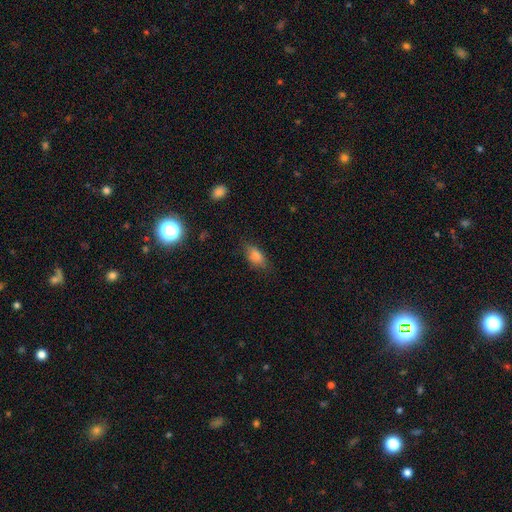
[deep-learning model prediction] smooth 79%, star or artifact 11%, featured or disk 9%. Down the decision tree: how rounded — in between (84%); merging — none (77%).